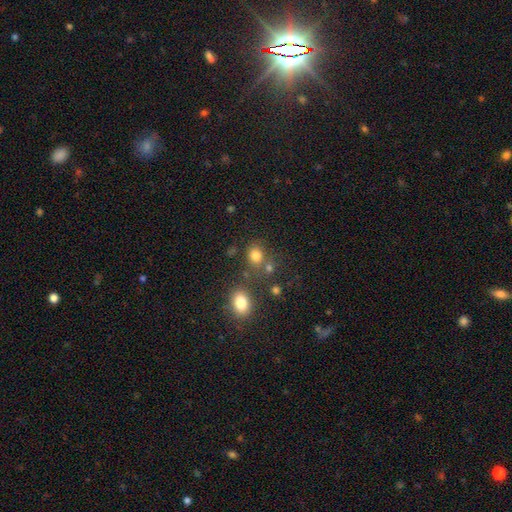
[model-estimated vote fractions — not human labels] smooth-or-featured: smooth: 79% | star or artifact: 14% | featured or disk: 7%
  how-rounded: round: 59% | in between: 40% | cigar-shaped: 1%
  merging: none: 67% | merger: 16% | minor disturbance: 12% | major disturbance: 5%